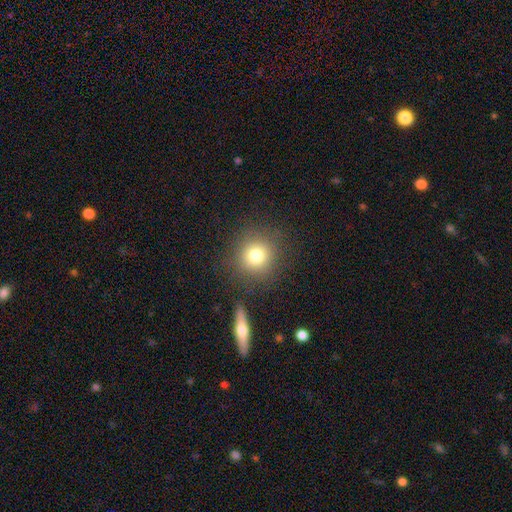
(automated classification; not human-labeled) Overall: smooth (78%). How rounded: round (90%). Merging: none (83%).